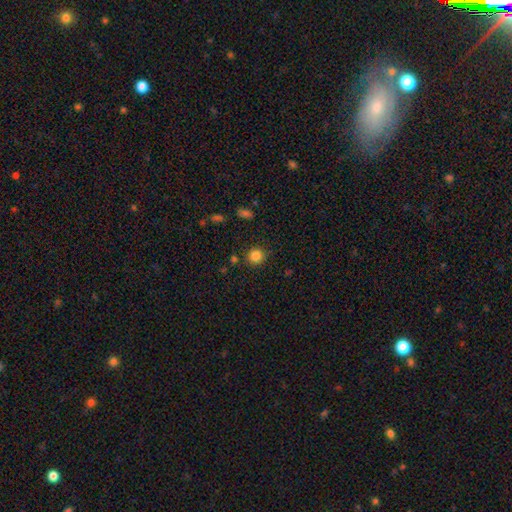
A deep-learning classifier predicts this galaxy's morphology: Q: Smooth or featured?
A: smooth (84%); runner-up: star or artifact (11%)
Q: How rounded?
A: round (90%); runner-up: in between (10%)
Q: Merging?
A: none (85%); runner-up: minor disturbance (9%)